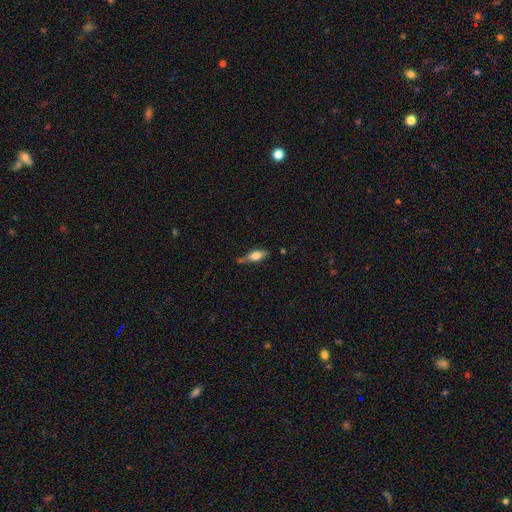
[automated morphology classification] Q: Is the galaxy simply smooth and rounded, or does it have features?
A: smooth — 61%.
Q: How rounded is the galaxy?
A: in between — 71%.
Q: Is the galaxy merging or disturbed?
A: none — 52%.